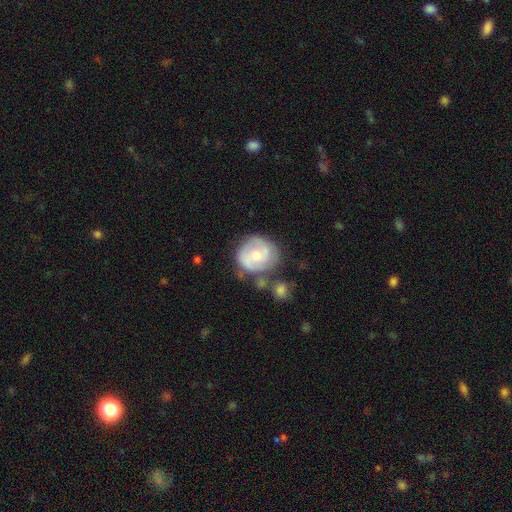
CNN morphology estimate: Smooth or featured: featured or disk — 64% (smooth — 30%)
Edge-on disk: no — 98% (yes — 2%)
Bar: no — 60% (weak — 34%)
Spiral arms: yes — 83% (no — 17%)
Spiral winding: tight — 51% (medium — 36%)
Spiral arm count: 2 — 59% (can't tell — 23%)
Bulge size: moderate — 57% (small — 37%)
Merging: none — 61% (minor disturbance — 20%)